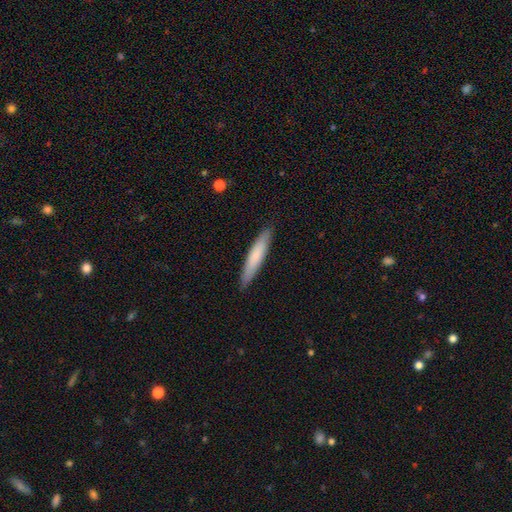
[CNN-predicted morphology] This appears to be a smooth galaxy with no disk features (75%) that is cigar-shaped (90%). Merging: none (89%).